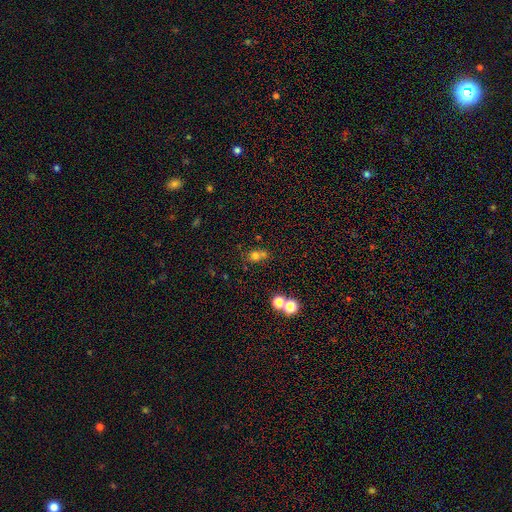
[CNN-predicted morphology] This appears to be a smooth galaxy with no disk features (68%) that is round (73%). Merging: none (48%).